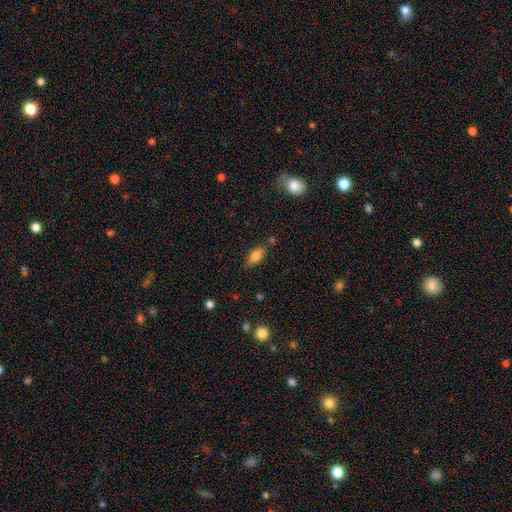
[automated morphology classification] smooth_or_featured: smooth (p=0.79) [alt: featured or disk p=0.12]
how_rounded: in between (p=0.84) [alt: cigar-shaped p=0.12]
merging: none (p=0.72) [alt: minor disturbance p=0.17]